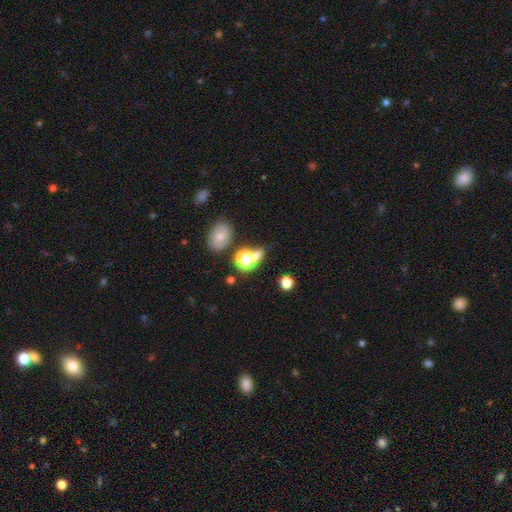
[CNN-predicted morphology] Smooth or featured? Predicted: smooth (p=0.64). How rounded? Predicted: round (p=0.60). Merging? Predicted: none (p=0.51).